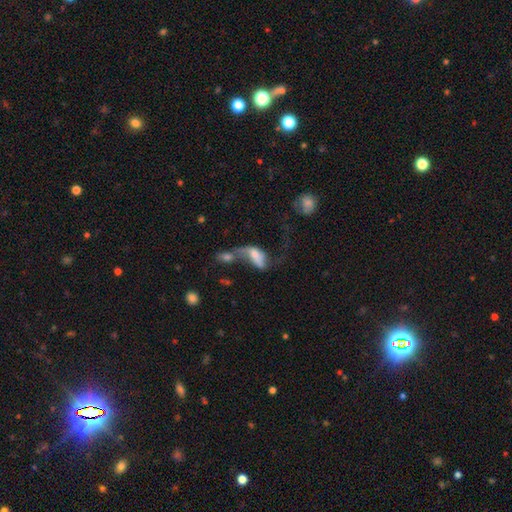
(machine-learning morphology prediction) type=featured or disk (46%); merging=merger (57%).